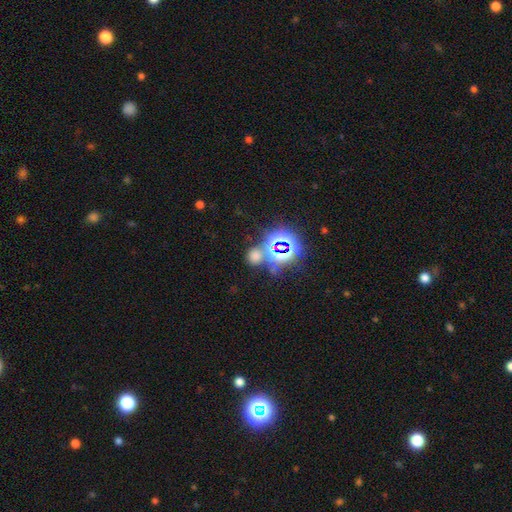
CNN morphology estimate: smooth_or_featured: smooth (p=0.48) [alt: star or artifact p=0.45]
merging: none (p=0.66) [alt: merger p=0.17]